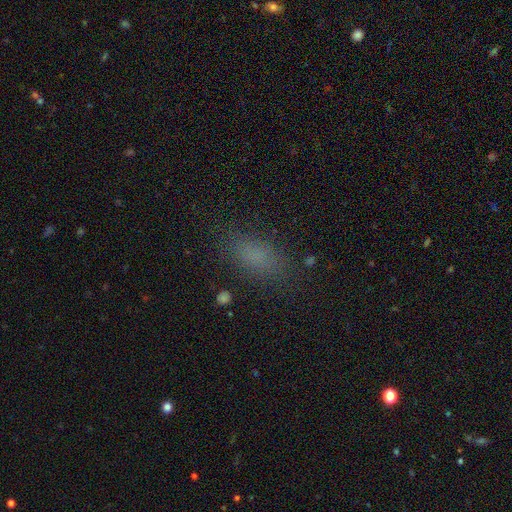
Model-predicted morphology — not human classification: smooth-or-featured: smooth: 78% | star or artifact: 14% | featured or disk: 7%
  how-rounded: in between: 80% | cigar-shaped: 14% | round: 5%
  merging: none: 80% | minor disturbance: 13% | major disturbance: 5% | merger: 2%